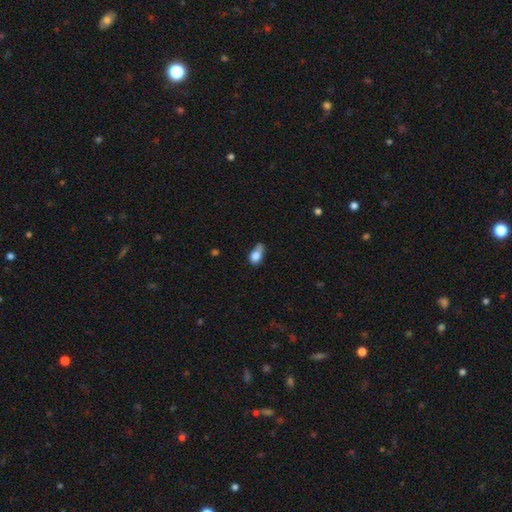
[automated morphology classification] Smooth or featured?
  - smooth: 80% *
  - featured or disk: 11%
  - star or artifact: 9%
How rounded?
  - in between: 83% *
  - round: 13%
  - cigar-shaped: 4%
Merging?
  - minor disturbance: 42% *
  - none: 33%
  - major disturbance: 18%
  - merger: 8%